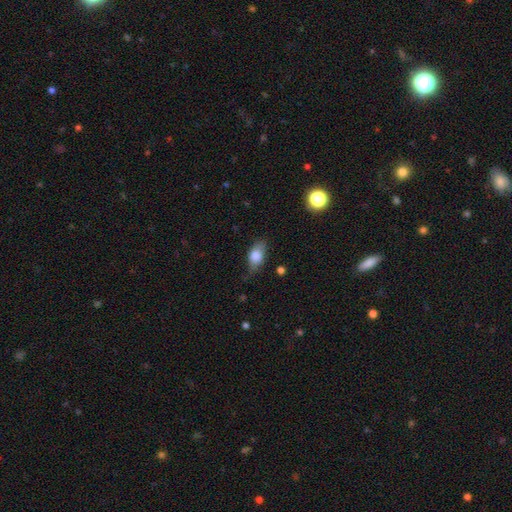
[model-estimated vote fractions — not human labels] This appears to be a smooth galaxy with no disk features (78%) that is in between round and cigar-shaped (86%). Merging: none (63%).